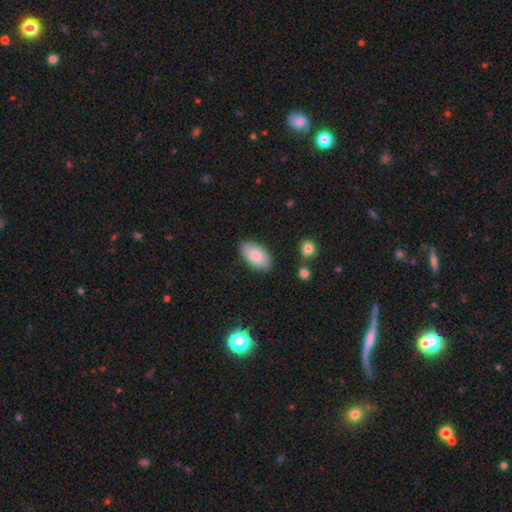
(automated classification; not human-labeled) A smooth galaxy with no disk features (83%) that is in between round and cigar-shaped (95%).

Vote fractions:
- Smooth or featured? smooth: 83% / featured or disk: 10% / star or artifact: 6%
- How rounded? in between: 95% / round: 3% / cigar-shaped: 2%
- Merging? none: 85% / minor disturbance: 11% / major disturbance: 2% / merger: 2%